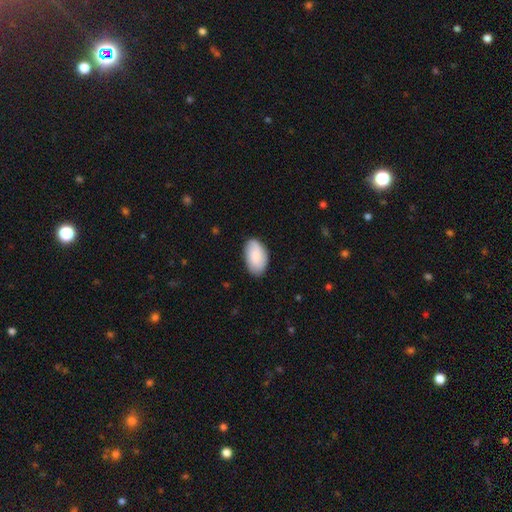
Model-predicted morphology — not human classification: This appears to be a smooth galaxy with no disk features (78%) that is in between round and cigar-shaped (94%). Merging: none (80%).